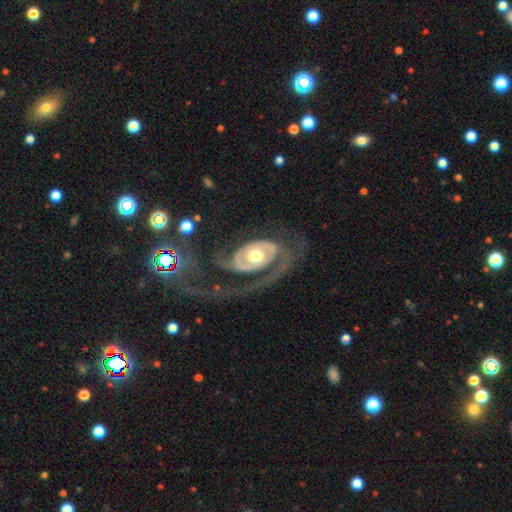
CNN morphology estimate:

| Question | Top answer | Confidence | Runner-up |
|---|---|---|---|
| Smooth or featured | featured or disk | 84% | smooth (12%) |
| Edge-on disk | no | 96% | yes (4%) |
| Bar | no | 74% | weak (19%) |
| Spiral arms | yes | 85% | no (15%) |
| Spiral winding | medium | 36% | tight (34%) |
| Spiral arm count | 2 | 52% | 1 (29%) |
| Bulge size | moderate | 65% | large (26%) |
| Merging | none | 43% | major disturbance (38%) |